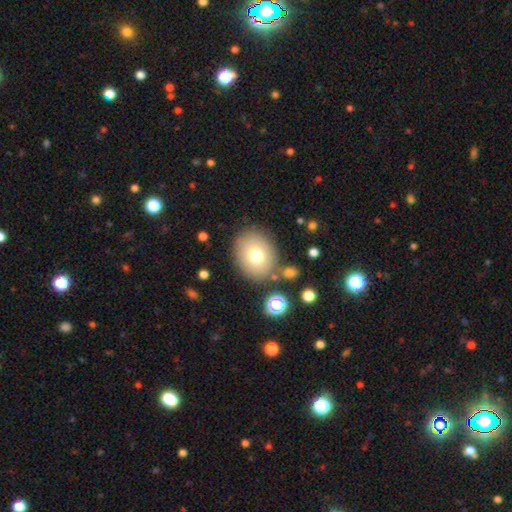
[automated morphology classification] type=smooth (73%); roundness=round (58%); merging=none (79%).